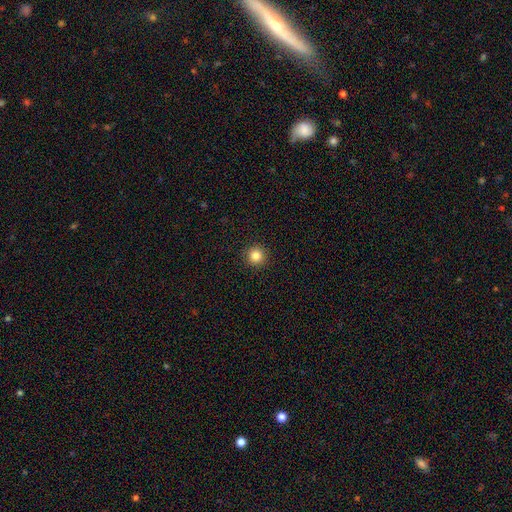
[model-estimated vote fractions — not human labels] Smooth or featured: smooth — 84% (star or artifact — 11%)
How rounded: round — 96% (in between — 3%)
Merging: none — 93% (minor disturbance — 4%)